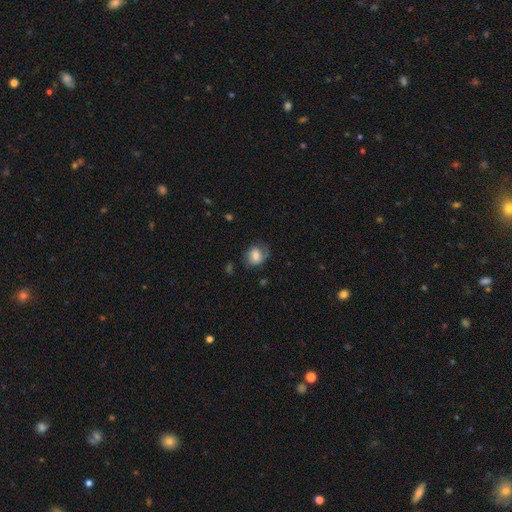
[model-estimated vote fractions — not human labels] Overall: smooth (64%; featured or disk 27%). How rounded: round (56%; in between 43%). Merging: none (58%; minor disturbance 26%).